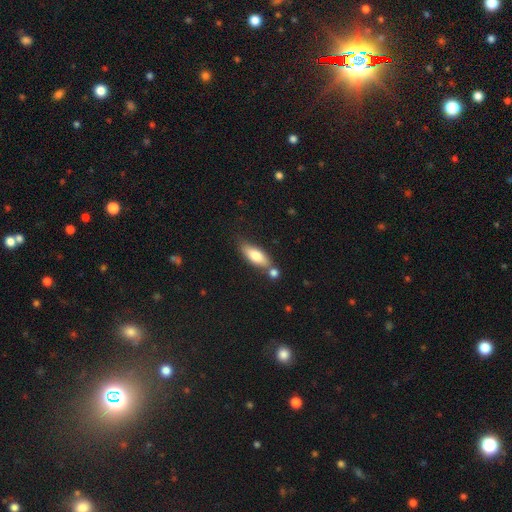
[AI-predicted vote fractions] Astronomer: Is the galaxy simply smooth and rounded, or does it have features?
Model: smooth — 76%.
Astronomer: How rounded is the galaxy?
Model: in between — 67%.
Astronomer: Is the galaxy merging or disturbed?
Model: none — 59%.